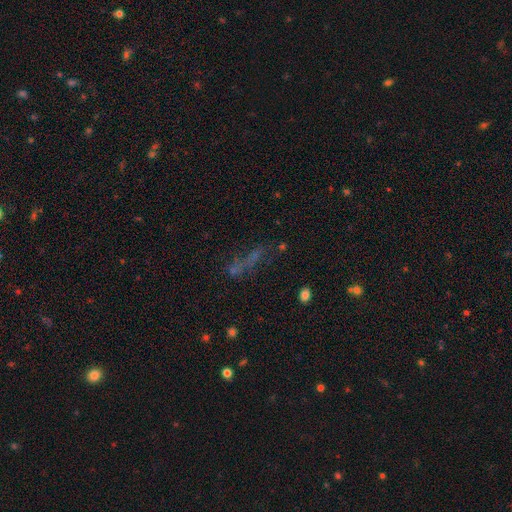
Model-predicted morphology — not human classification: type=smooth (39%); merging=none (51%).